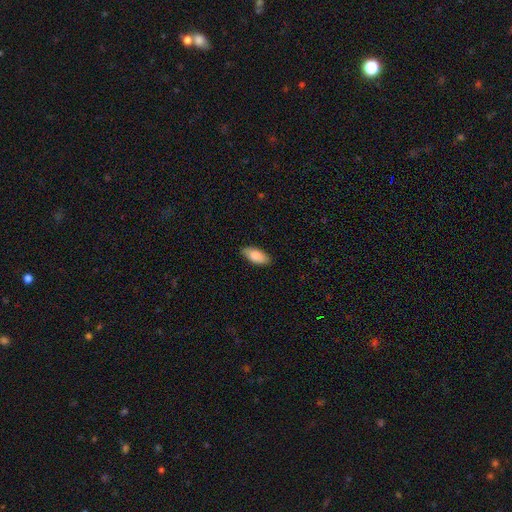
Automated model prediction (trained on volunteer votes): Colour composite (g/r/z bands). It shows a smooth galaxy with no disk features (86%) that is in between round and cigar-shaped (89%). Merging: none (86%).